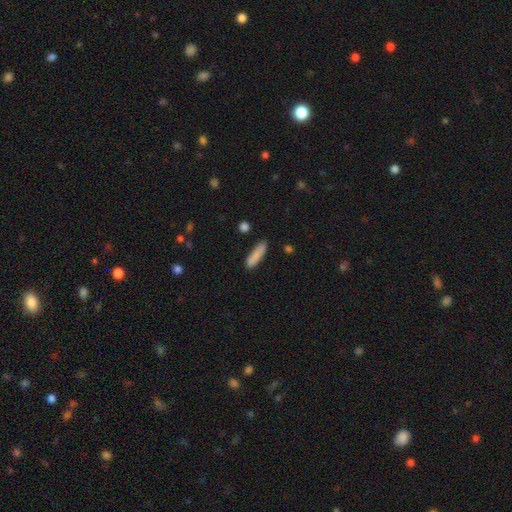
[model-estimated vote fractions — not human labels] This is clearly a smooth galaxy (86%). How rounded: likely cigar-shaped (74%). Merging: clearly none (80%).